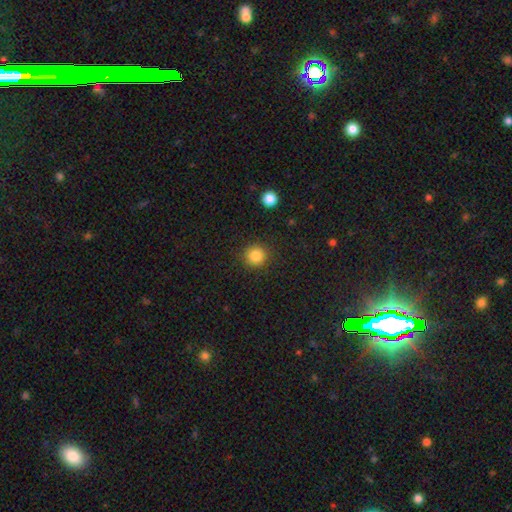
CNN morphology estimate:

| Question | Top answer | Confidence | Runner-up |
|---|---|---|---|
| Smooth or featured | smooth | 85% | star or artifact (11%) |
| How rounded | round | 94% | in between (5%) |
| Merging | none | 91% | minor disturbance (6%) |